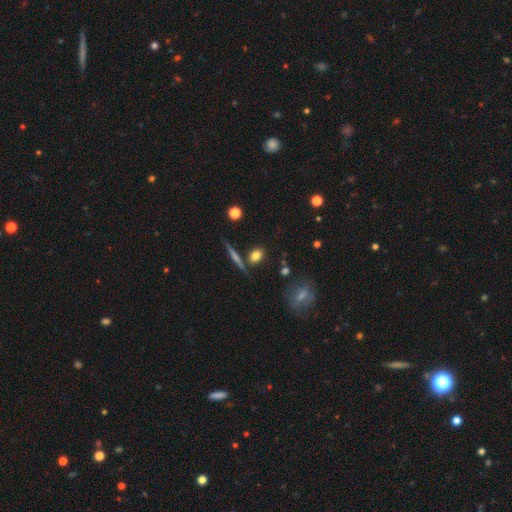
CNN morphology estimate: Smooth or featured?
  - smooth: 77% *
  - featured or disk: 13%
  - star or artifact: 10%
How rounded?
  - in between: 59% *
  - round: 29%
  - cigar-shaped: 12%
Merging?
  - none: 77% *
  - minor disturbance: 11%
  - merger: 9%
  - major disturbance: 4%